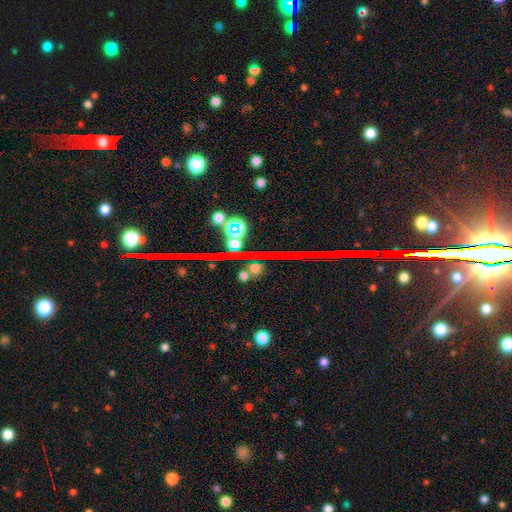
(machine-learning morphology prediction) This is likely a star or artifact rather than a galaxy (76%).